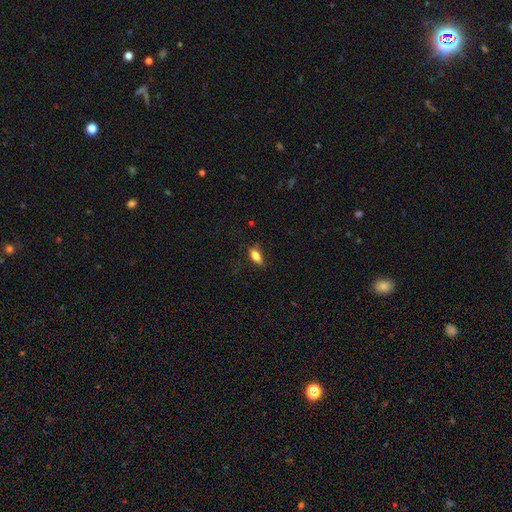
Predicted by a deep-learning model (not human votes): A smooth galaxy with no disk features (79%) that is in between round and cigar-shaped (78%).

Vote fractions:
- Smooth or featured? smooth: 79% / featured or disk: 12% / star or artifact: 8%
- How rounded? in between: 78% / cigar-shaped: 17% / round: 4%
- Merging? none: 71% / minor disturbance: 21% / major disturbance: 7% / merger: 1%